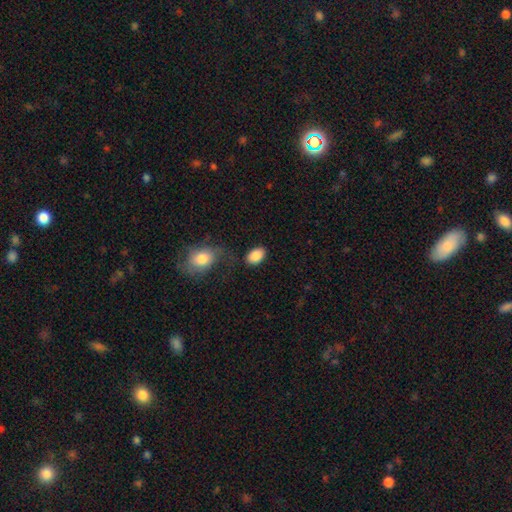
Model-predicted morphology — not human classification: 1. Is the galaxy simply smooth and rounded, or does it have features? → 88% smooth, 7% star or artifact, 5% featured or disk.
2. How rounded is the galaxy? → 84% in between, 15% round, 1% cigar-shaped.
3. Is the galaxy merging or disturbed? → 73% none, 14% minor disturbance, 8% merger, 6% major disturbance.